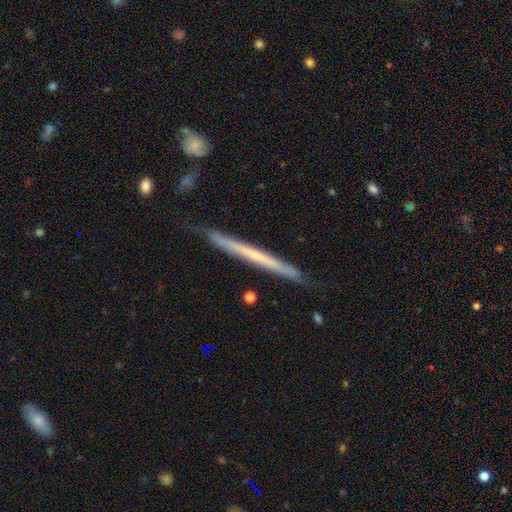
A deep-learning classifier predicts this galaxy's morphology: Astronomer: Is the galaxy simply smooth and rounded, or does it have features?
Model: featured or disk — 62%.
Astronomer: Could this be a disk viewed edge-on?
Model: yes — 96%.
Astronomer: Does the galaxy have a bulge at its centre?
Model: none — 76%.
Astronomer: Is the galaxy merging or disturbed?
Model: none — 82%.